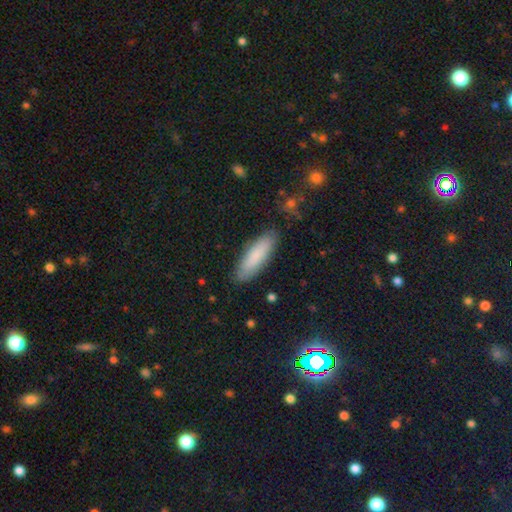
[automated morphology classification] A smooth galaxy with no disk features (82%) that is cigar-shaped (58%).

Vote fractions:
- Smooth or featured? smooth: 82% / featured or disk: 11% / star or artifact: 7%
- How rounded? cigar-shaped: 58% / in between: 41% / round: 1%
- Merging? none: 86% / minor disturbance: 10% / major disturbance: 2% / merger: 1%